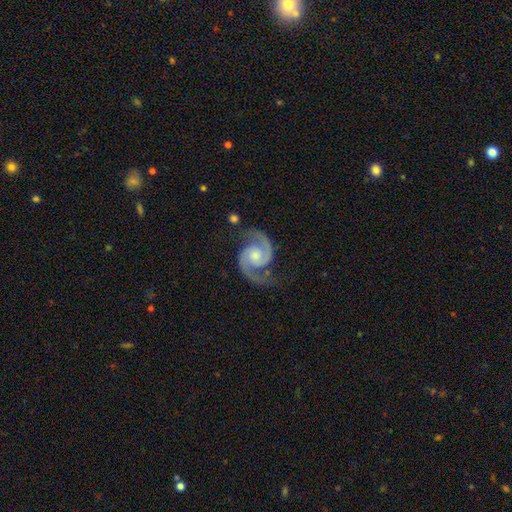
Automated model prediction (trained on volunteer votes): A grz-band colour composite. It shows a featured or disk galaxy (94%) with no bar (68%), 2 (95%) medium (61%) spiral arms (99%) and a moderate central bulge (51%). Merging: none (77%).